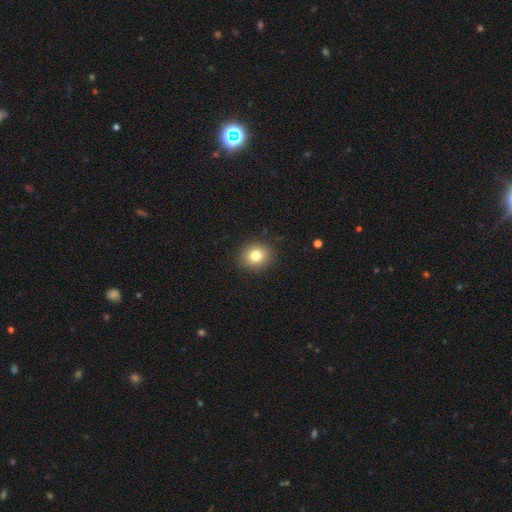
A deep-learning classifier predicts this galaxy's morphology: smooth 80%, star or artifact 11%, featured or disk 8%. Down the decision tree: how rounded — round (74%); merging — none (89%).